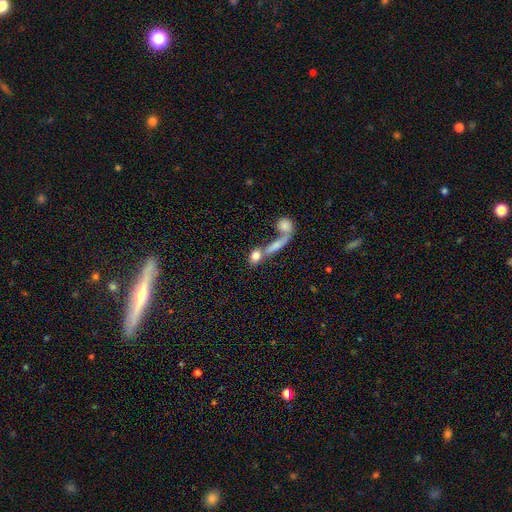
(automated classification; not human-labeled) A smooth galaxy with no disk features (76%) that is in between round and cigar-shaped (48%). Merging: merger (42%, tied with none).